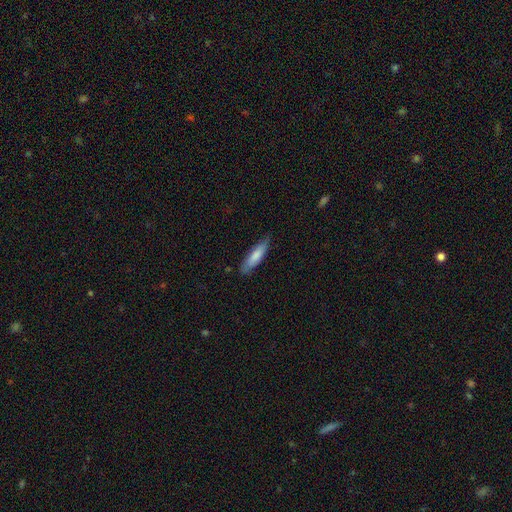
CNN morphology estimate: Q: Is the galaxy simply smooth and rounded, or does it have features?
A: smooth — 77%.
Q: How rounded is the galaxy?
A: cigar-shaped — 73%.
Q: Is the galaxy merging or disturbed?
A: none — 80%.